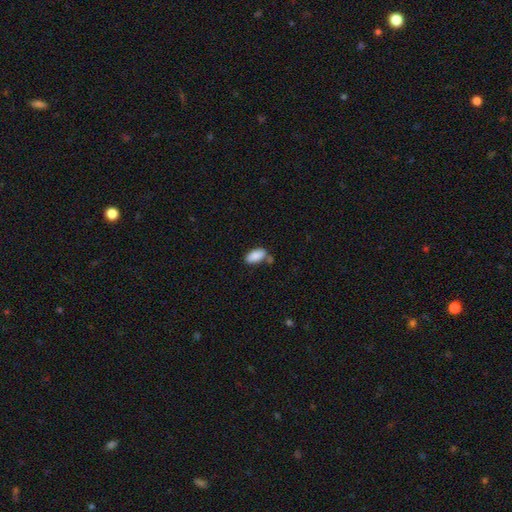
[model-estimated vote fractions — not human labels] Overall: smooth (88%). How rounded: in between (93%). Merging: none (67%).